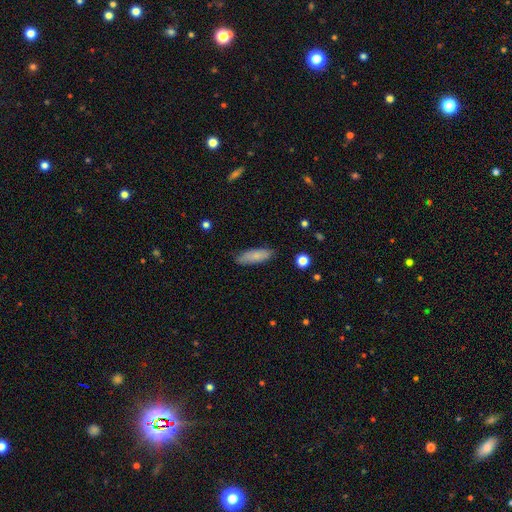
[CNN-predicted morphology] Q: Smooth or featured?
A: smooth (81%); runner-up: featured or disk (12%)
Q: How rounded?
A: in between (53%); runner-up: cigar-shaped (45%)
Q: Merging?
A: none (84%); runner-up: minor disturbance (12%)